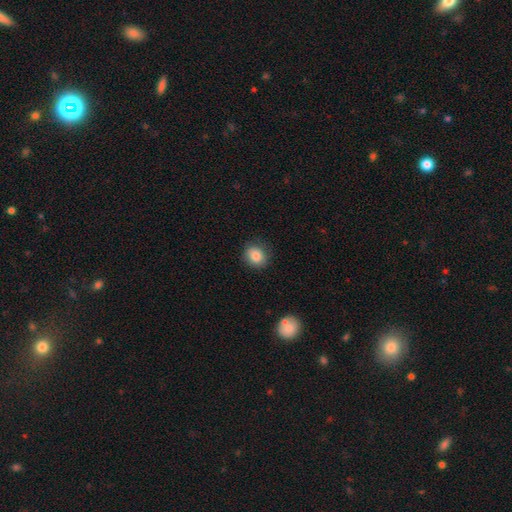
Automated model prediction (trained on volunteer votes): smooth 84%, star or artifact 9%, featured or disk 7%. Down the decision tree: how rounded — round (77%); merging — none (83%).